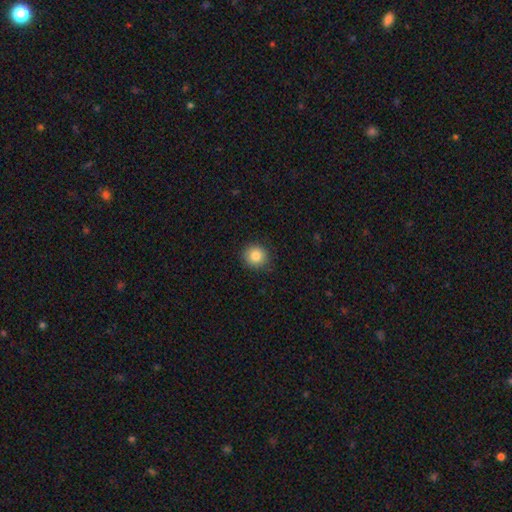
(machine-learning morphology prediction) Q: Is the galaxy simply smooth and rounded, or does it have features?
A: smooth — 84%.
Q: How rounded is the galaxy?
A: round — 89%.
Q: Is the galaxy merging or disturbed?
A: none — 89%.